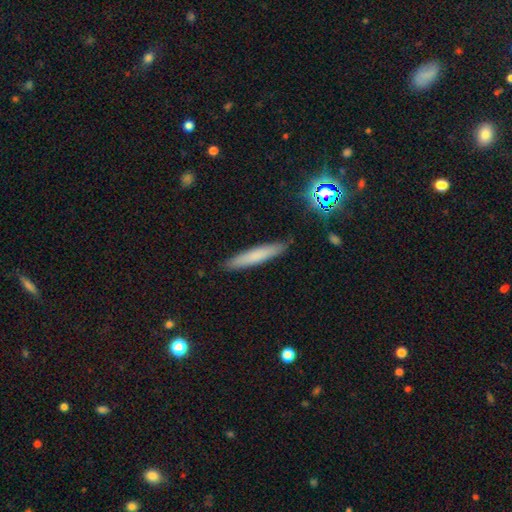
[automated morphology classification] smooth-or-featured: smooth: 72% | featured or disk: 20% | star or artifact: 8%
  how-rounded: cigar-shaped: 92% | in between: 7% | round: 1%
  merging: none: 89% | minor disturbance: 8% | major disturbance: 2% | merger: 1%